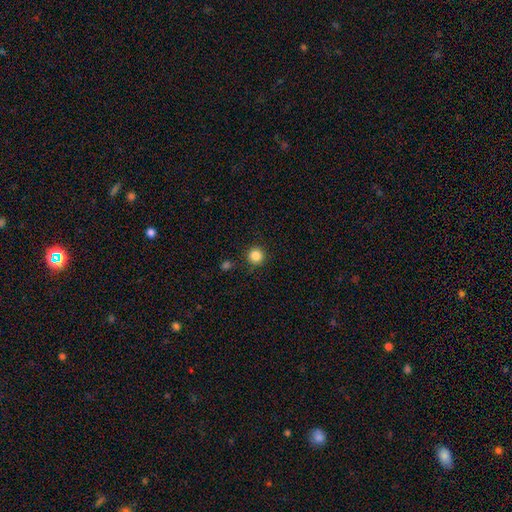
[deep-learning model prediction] Q: Smooth or featured?
A: smooth (85%); runner-up: star or artifact (11%)
Q: How rounded?
A: round (95%); runner-up: in between (4%)
Q: Merging?
A: none (90%); runner-up: minor disturbance (6%)